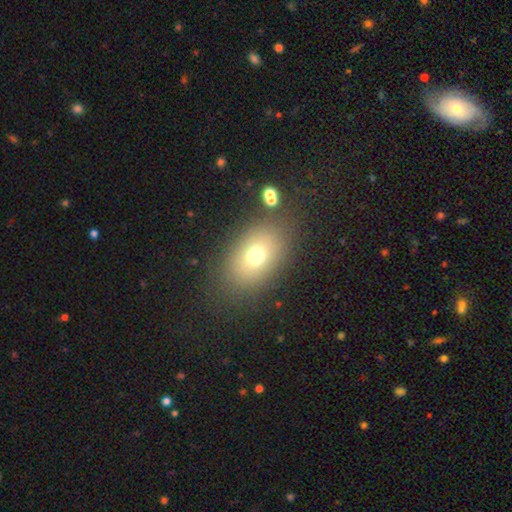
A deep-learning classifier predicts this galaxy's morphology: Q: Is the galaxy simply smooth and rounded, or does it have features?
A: smooth — 72%.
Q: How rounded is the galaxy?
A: in between — 81%.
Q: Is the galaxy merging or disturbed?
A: none — 80%.